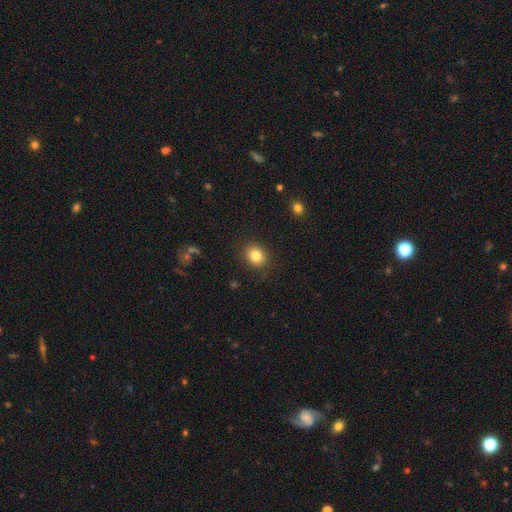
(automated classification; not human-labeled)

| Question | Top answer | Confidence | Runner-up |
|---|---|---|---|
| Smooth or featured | smooth | 83% | star or artifact (10%) |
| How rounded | round | 63% | in between (36%) |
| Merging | none | 87% | minor disturbance (9%) |